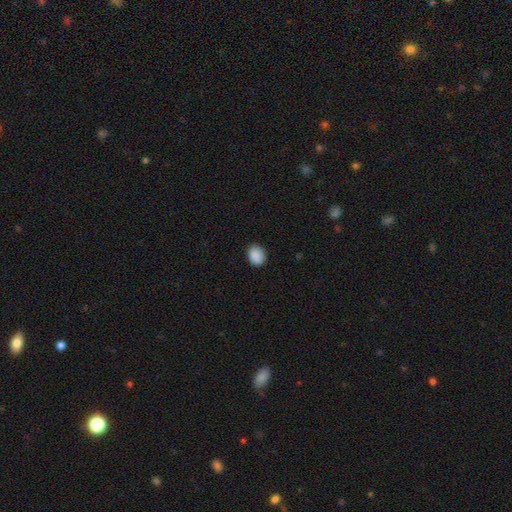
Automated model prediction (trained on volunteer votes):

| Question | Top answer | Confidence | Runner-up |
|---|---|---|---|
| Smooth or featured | smooth | 89% | star or artifact (8%) |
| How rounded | in between | 56% | round (43%) |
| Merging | none | 85% | minor disturbance (12%) |